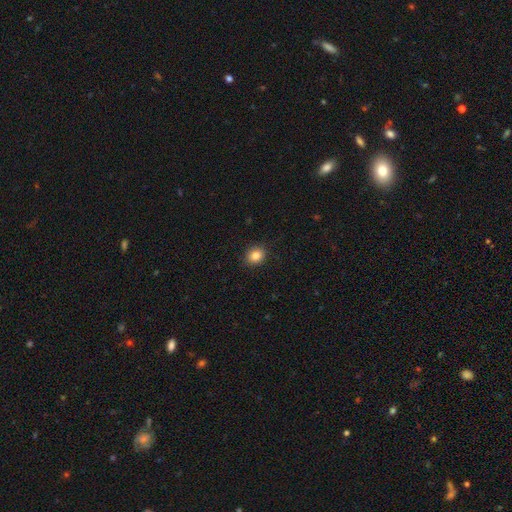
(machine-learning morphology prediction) A smooth galaxy with no disk features (83%) that is round (67%). Merging: none (90%).